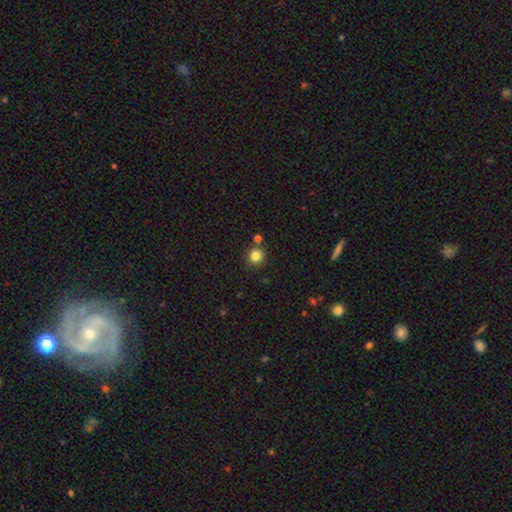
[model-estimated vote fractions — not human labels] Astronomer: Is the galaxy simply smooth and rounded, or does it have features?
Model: smooth — 83%.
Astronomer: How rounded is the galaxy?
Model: round — 91%.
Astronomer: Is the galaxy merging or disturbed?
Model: none — 83%.